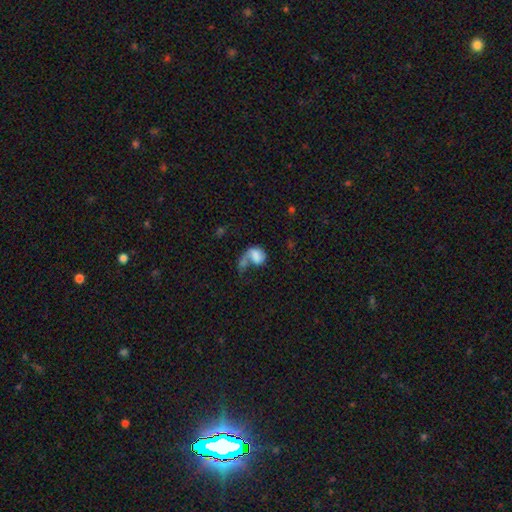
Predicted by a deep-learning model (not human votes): Smooth or featured? smooth (63%)
How rounded? in between (65%)
Merging? major disturbance (36%)